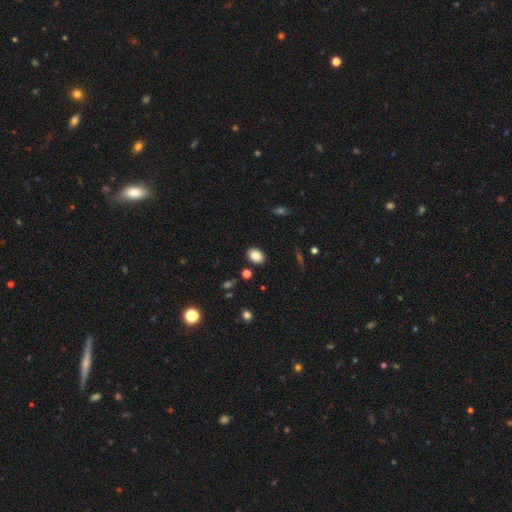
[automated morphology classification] A smooth galaxy with no disk features (87%) that is in between round and cigar-shaped (77%). Merging: none (88%).